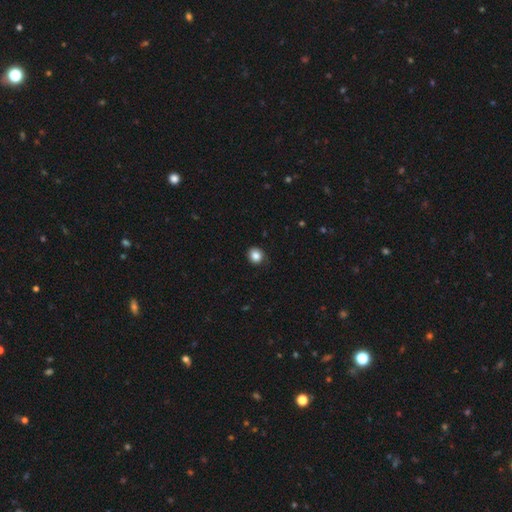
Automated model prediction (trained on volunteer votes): Q: Smooth or featured?
A: smooth (85%); runner-up: star or artifact (10%)
Q: How rounded?
A: round (82%); runner-up: in between (17%)
Q: Merging?
A: none (85%); runner-up: minor disturbance (12%)